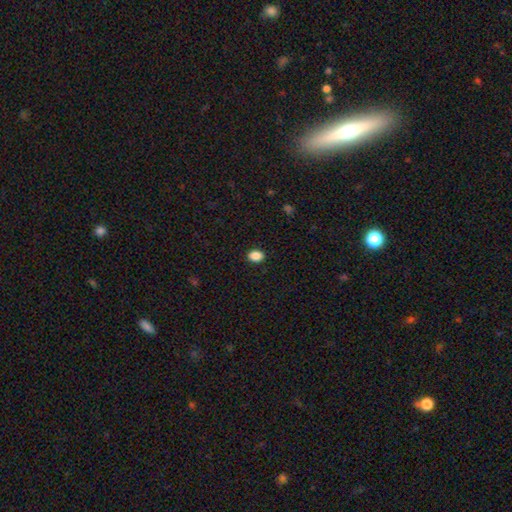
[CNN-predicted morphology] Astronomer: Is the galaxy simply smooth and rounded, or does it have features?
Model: smooth — 88%.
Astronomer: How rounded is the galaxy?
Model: in between — 69%.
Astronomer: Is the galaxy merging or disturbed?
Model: none — 90%.